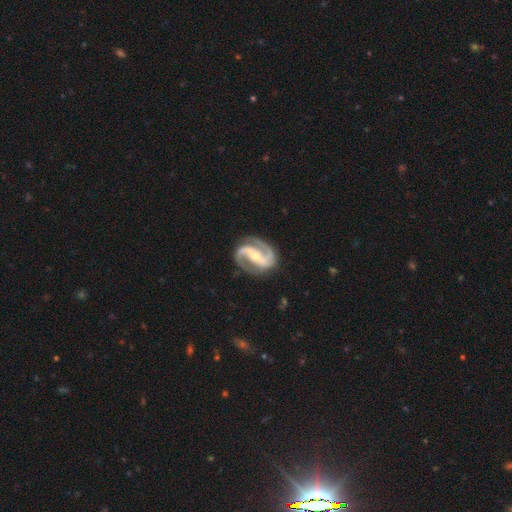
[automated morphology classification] The model was most divided on "bulge size": small: 53%, moderate: 43%, large: 2%, none: 1%, dominant: 1%. More confident: spiral arms — yes (98%); edge-on disk — no (98%); spiral arm count — 2 (94%); smooth or featured — featured or disk (93%); merging — none (83%); bar — strong (60%); spiral winding — medium (56%).